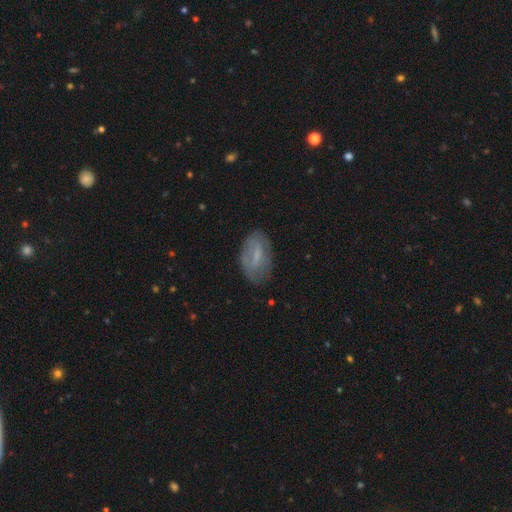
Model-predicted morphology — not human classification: smooth 49%, featured or disk 43%, star or artifact 8%. Down the decision tree: merging — none (70%).